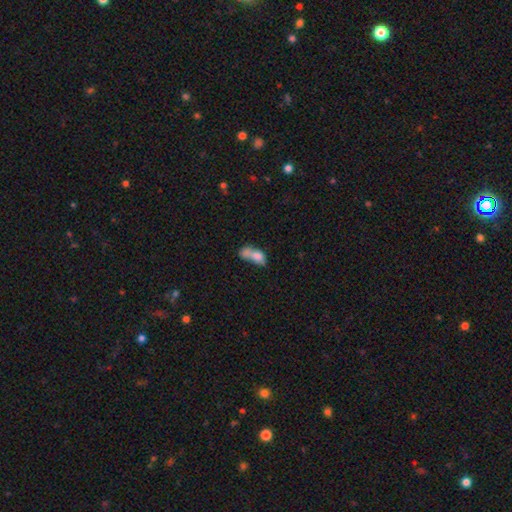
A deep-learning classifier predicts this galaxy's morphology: type=smooth (72%); roundness=in between (76%); merging=merger (66%).